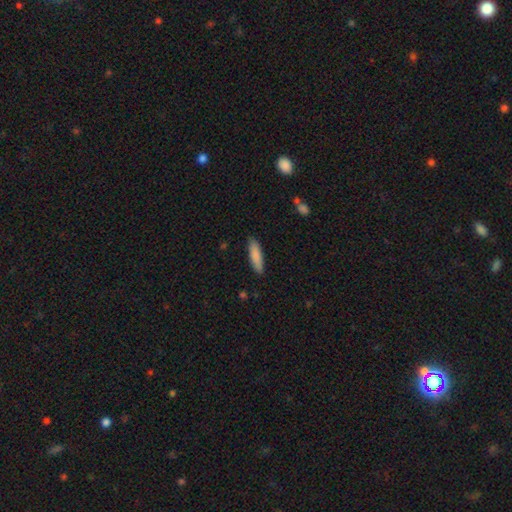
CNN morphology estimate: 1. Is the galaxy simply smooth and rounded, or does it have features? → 86% smooth, 8% featured or disk, 6% star or artifact.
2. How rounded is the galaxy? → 68% cigar-shaped, 31% in between, 1% round.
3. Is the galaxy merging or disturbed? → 88% none, 9% minor disturbance, 2% major disturbance, 1% merger.